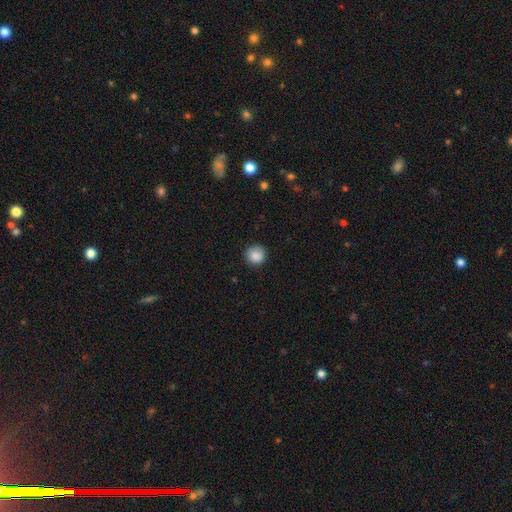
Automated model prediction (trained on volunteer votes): smooth-or-featured: smooth: 87% | star or artifact: 9% | featured or disk: 4%
  how-rounded: round: 94% | in between: 5% | cigar-shaped: 1%
  merging: none: 88% | minor disturbance: 9% | major disturbance: 2% | merger: 1%